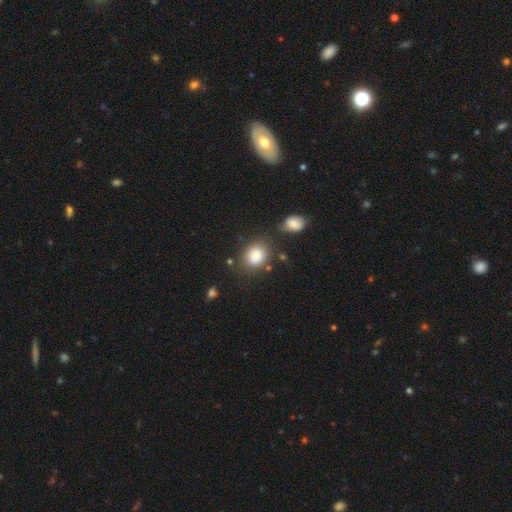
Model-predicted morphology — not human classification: The model was most divided on "how rounded": round: 74%, in between: 25%, cigar-shaped: 1%. More confident: smooth or featured — smooth (81%); merging — none (75%).